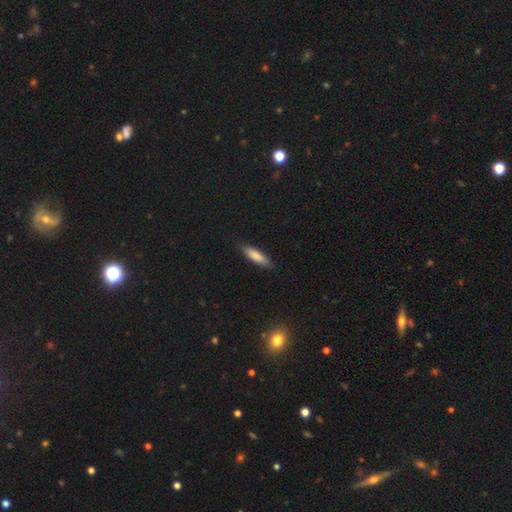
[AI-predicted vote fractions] A smooth galaxy with no disk features (80%) that is cigar-shaped (63%).

Vote fractions:
- Smooth or featured? smooth: 80% / featured or disk: 14% / star or artifact: 6%
- How rounded? cigar-shaped: 63% / in between: 35% / round: 2%
- Merging? none: 85% / minor disturbance: 12% / major disturbance: 2% / merger: 1%